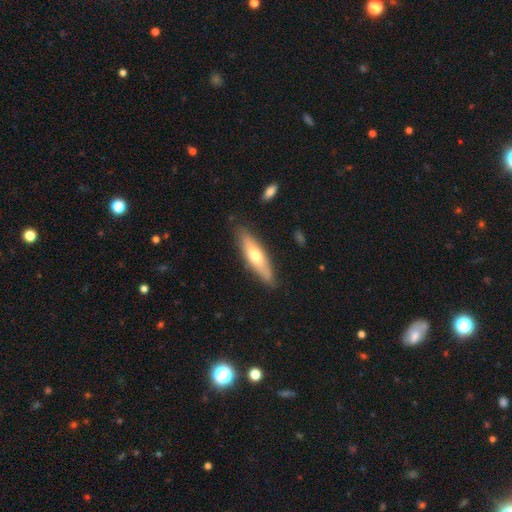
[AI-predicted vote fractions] A smooth galaxy with no disk features (54%) that is cigar-shaped (70%). Merging: none (84%).